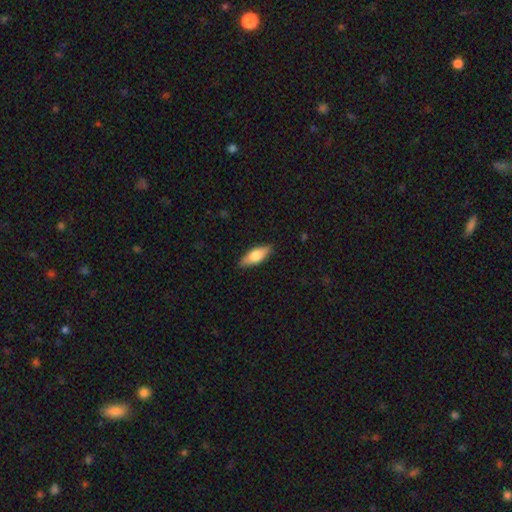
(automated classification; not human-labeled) Smooth or featured?
  - smooth: 66% *
  - featured or disk: 28%
  - star or artifact: 6%
How rounded?
  - in between: 67% *
  - cigar-shaped: 30%
  - round: 3%
Merging?
  - none: 88% *
  - minor disturbance: 9%
  - major disturbance: 2%
  - merger: 1%